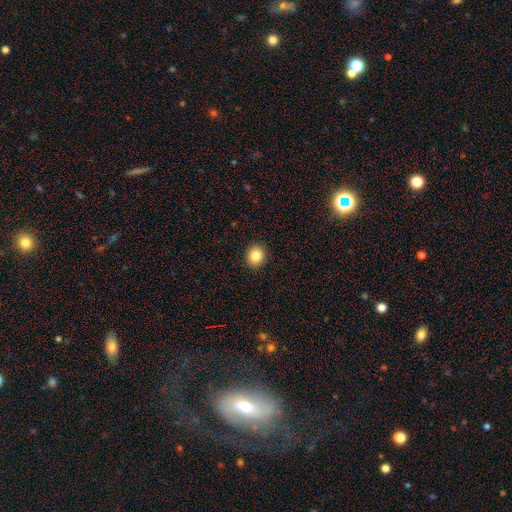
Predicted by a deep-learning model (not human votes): Overall: smooth (85%). How rounded: round (77%). Merging: none (91%).